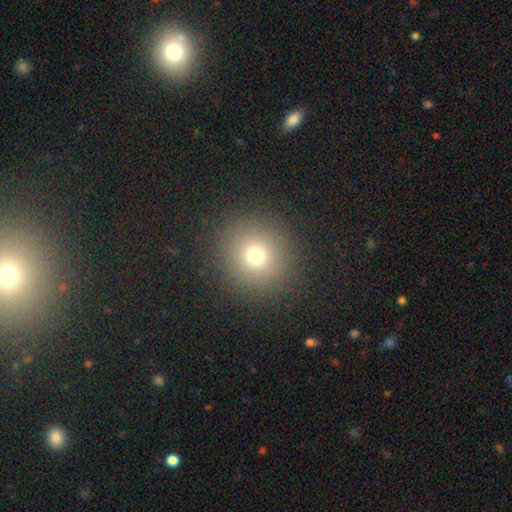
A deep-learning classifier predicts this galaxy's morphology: Smooth or featured? smooth (72%)
How rounded? round (91%)
Merging? none (90%)